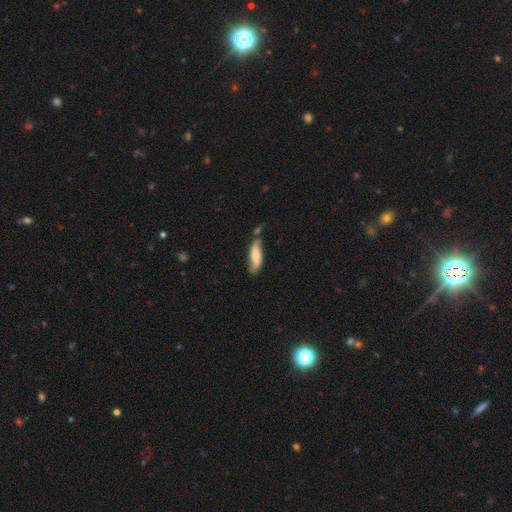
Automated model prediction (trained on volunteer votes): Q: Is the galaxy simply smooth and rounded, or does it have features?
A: smooth — 68%.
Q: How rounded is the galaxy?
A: in between — 51%.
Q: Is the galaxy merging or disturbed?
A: none — 56%.